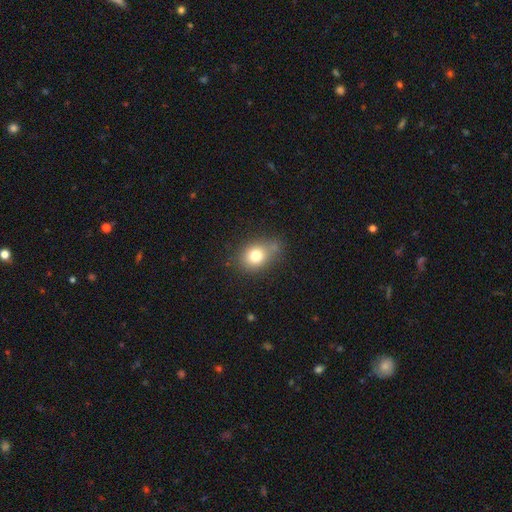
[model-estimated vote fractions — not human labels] Smooth or featured: smooth — 77% (featured or disk — 12%)
How rounded: in between — 55% (round — 43%)
Merging: none — 58% (minor disturbance — 27%)